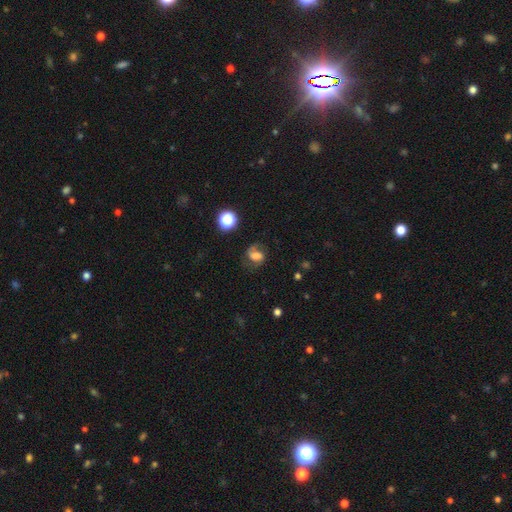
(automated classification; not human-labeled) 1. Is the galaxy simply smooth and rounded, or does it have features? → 55% featured or disk, 31% smooth, 14% star or artifact.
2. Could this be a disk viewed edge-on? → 97% no, 3% yes.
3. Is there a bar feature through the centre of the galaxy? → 45% weak, 32% no, 23% strong.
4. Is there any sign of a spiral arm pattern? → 89% yes, 11% no.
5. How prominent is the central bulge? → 33% moderate, 31% large, 17% small, 13% none, 7% dominant.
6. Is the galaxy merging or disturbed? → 66% none, 19% minor disturbance, 13% major disturbance, 2% merger.